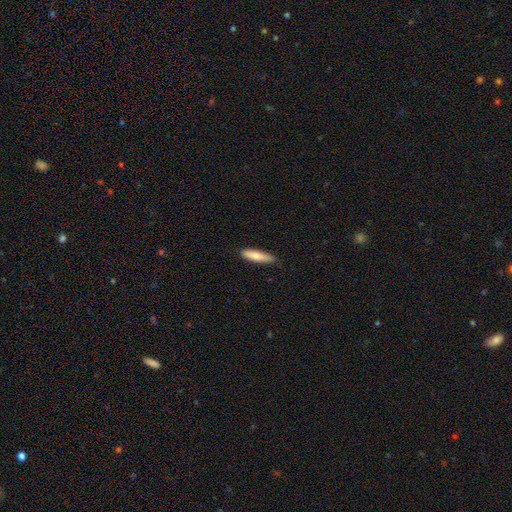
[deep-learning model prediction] smooth_or_featured: smooth (p=0.80) [alt: featured or disk p=0.14]
how_rounded: cigar-shaped (p=0.73) [alt: in between p=0.26]
merging: none (p=0.83) [alt: minor disturbance p=0.14]